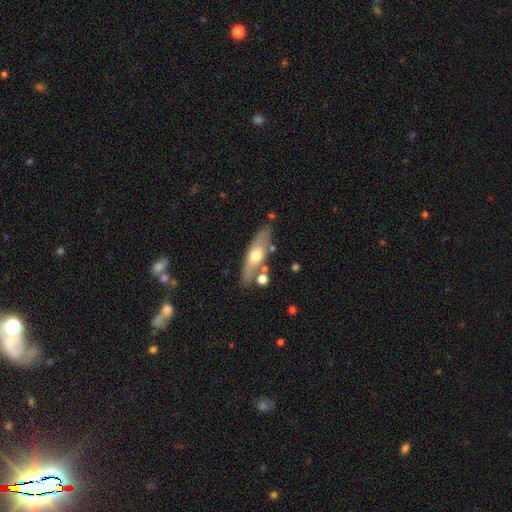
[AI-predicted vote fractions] A smooth galaxy with no disk features (49%).

Vote fractions:
- Smooth or featured? smooth: 49% / featured or disk: 45% / star or artifact: 6%
- Merging? none: 75% / minor disturbance: 13% / merger: 8% / major disturbance: 3%